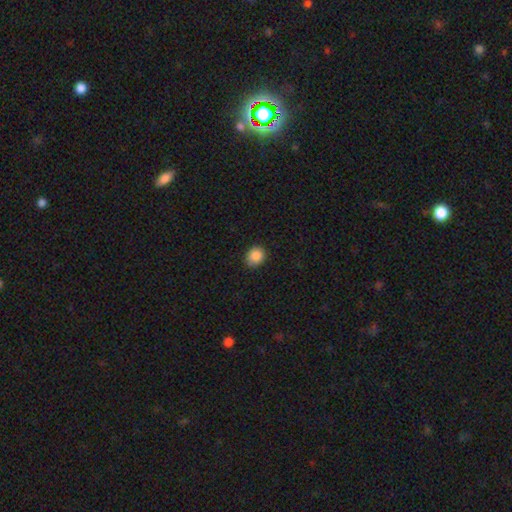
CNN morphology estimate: A smooth galaxy with no disk features (87%) that is round (64%).

Vote fractions:
- Smooth or featured? smooth: 87% / star or artifact: 9% / featured or disk: 4%
- How rounded? round: 64% / in between: 35% / cigar-shaped: 1%
- Merging? none: 87% / minor disturbance: 10% / major disturbance: 2% / merger: 1%